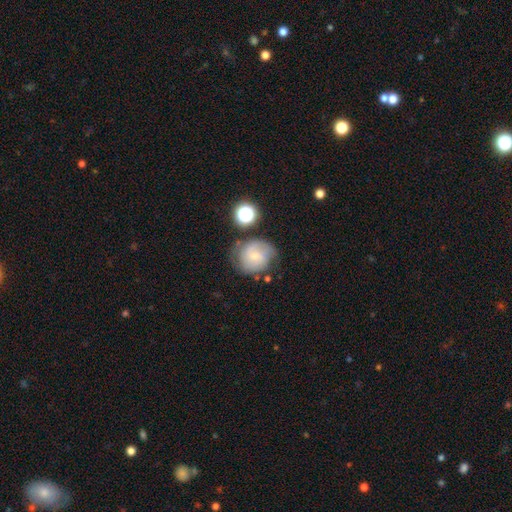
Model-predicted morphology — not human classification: Smooth or featured: featured or disk — 51% (smooth — 39%)
Edge-on disk: no — 97% (yes — 3%)
Merging: none — 58% (minor disturbance — 24%)